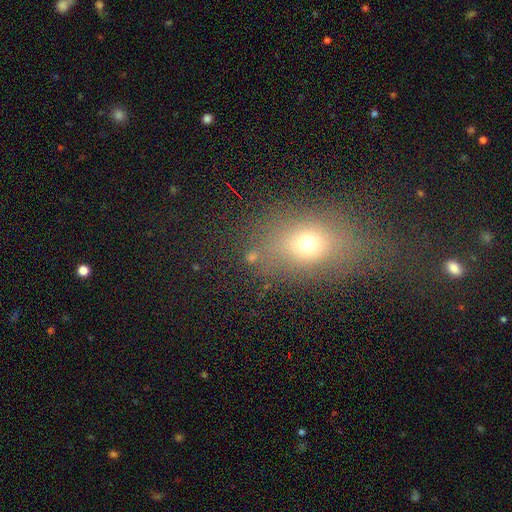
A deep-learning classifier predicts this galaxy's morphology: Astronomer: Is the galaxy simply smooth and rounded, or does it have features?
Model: smooth — 59%.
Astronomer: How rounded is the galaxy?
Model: in between — 50% (runner-up: round, 47%).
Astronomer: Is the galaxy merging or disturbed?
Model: none — 68%.